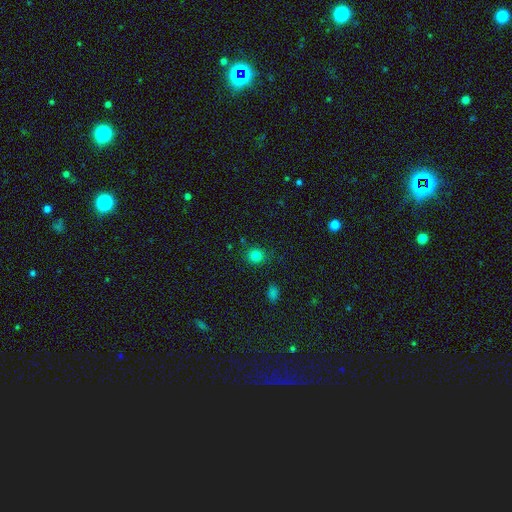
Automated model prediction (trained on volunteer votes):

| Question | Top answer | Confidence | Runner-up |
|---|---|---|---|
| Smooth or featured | smooth | 81% | star or artifact (14%) |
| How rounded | round | 86% | in between (13%) |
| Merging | none | 86% | minor disturbance (9%) |